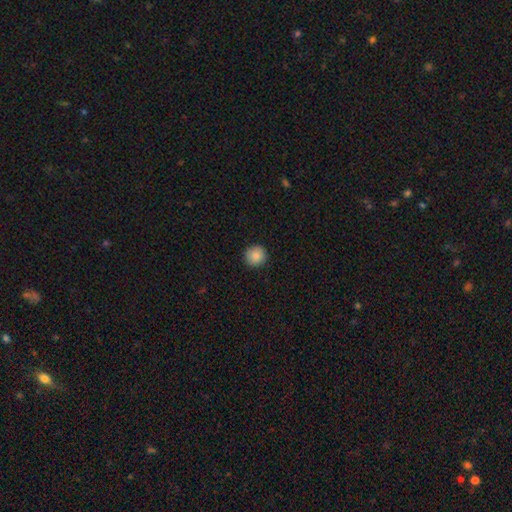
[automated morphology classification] This is clearly a smooth galaxy (87%). How rounded: clearly round (93%). Merging: clearly none (91%).